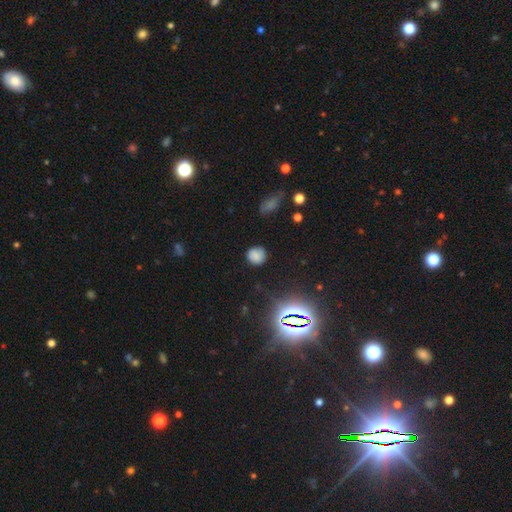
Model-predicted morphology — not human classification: Smooth or featured?
  - smooth: 75% *
  - star or artifact: 16%
  - featured or disk: 9%
How rounded?
  - round: 86% *
  - in between: 13%
  - cigar-shaped: 1%
Merging?
  - none: 82% *
  - minor disturbance: 13%
  - major disturbance: 4%
  - merger: 2%